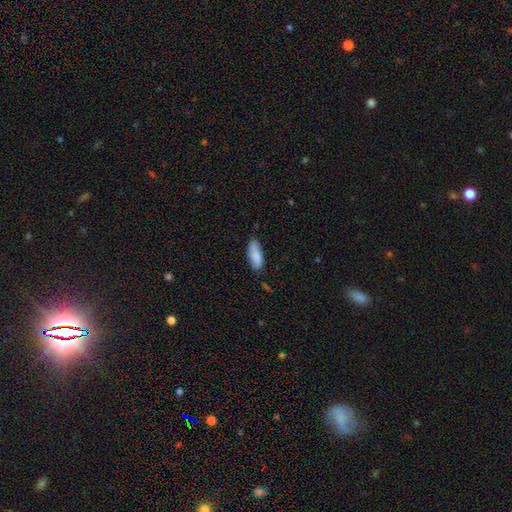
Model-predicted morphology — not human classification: This is clearly a smooth galaxy (84%). How rounded: likely in between (73%). Merging: likely none (77%).